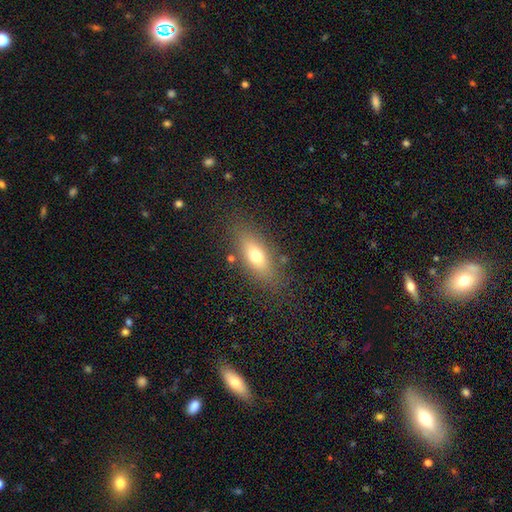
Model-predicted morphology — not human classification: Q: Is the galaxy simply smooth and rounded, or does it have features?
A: smooth — 68%.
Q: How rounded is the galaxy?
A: in between — 72%.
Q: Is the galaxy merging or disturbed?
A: none — 80%.